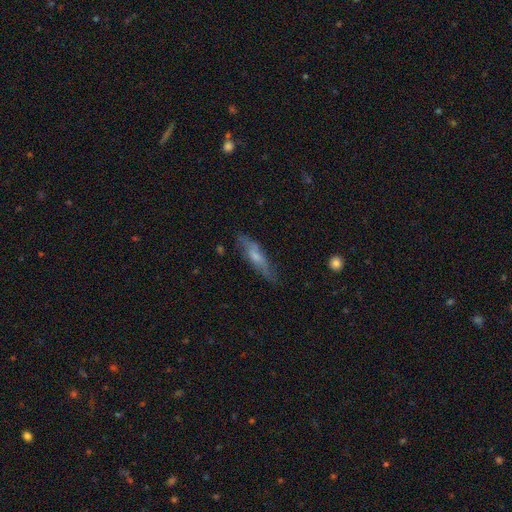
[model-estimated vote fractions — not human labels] Q: Smooth or featured?
A: smooth (50%); runner-up: featured or disk (43%)
Q: Merging?
A: none (70%); runner-up: minor disturbance (21%)